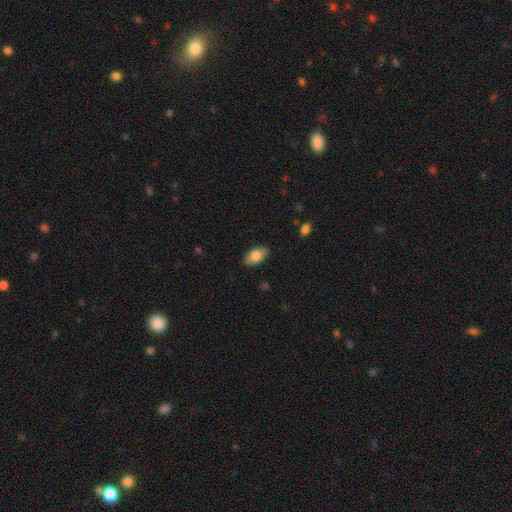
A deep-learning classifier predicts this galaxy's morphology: smooth_or_featured: smooth (p=0.80) [alt: featured or disk p=0.14]
how_rounded: in between (p=0.93) [alt: round p=0.05]
merging: none (p=0.85) [alt: minor disturbance p=0.12]